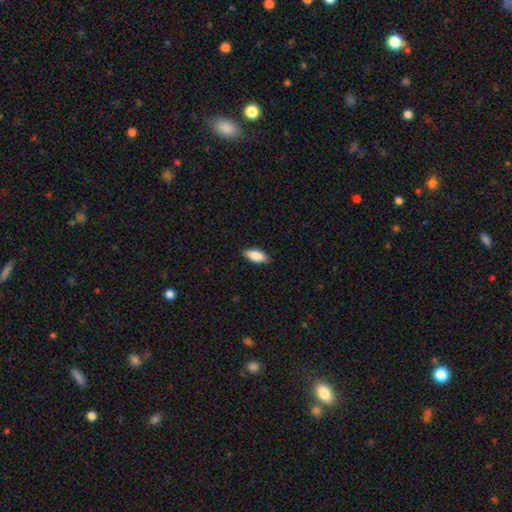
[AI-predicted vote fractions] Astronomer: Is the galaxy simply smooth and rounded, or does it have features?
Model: smooth — 88%.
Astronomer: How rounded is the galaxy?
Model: in between — 85%.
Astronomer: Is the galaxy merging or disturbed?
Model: none — 88%.